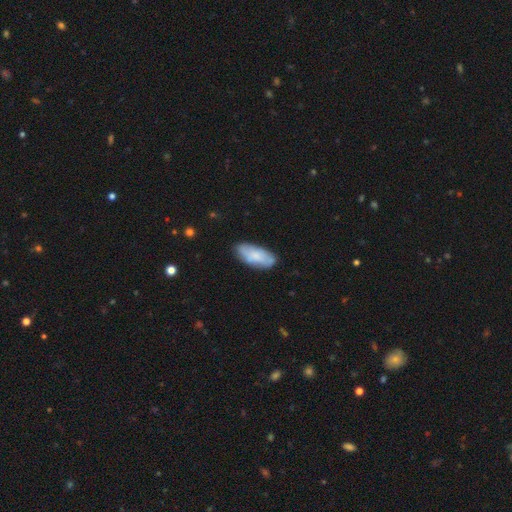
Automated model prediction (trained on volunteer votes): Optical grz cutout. It shows a smooth galaxy with no disk features (73%) that is in between round and cigar-shaped (85%). Merging: none (73%).